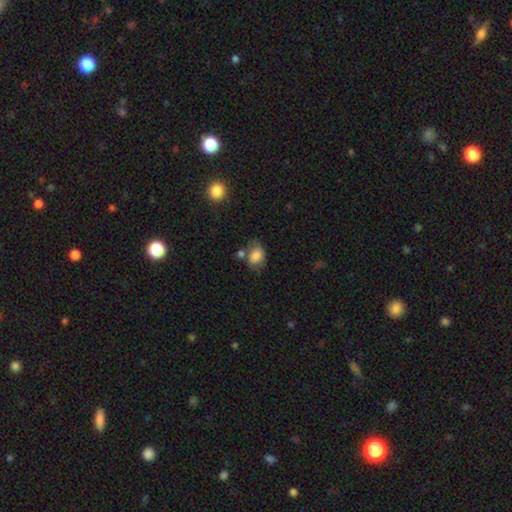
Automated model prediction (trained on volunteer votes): This appears to be a smooth galaxy with no disk features (80%) that is in between round and cigar-shaped (78%). Merging: none (50%).